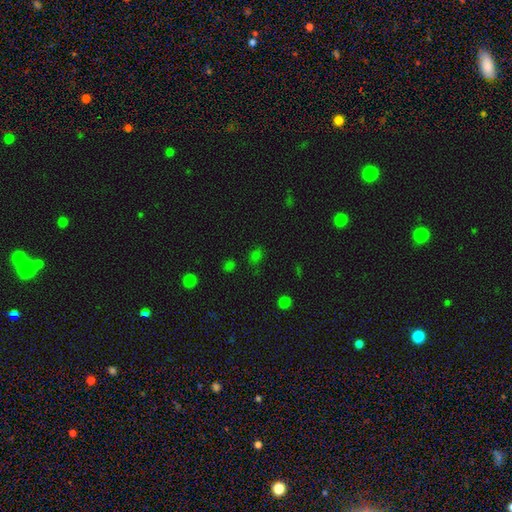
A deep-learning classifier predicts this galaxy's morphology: Smooth or featured: smooth — 62% (star or artifact — 31%)
How rounded: in between — 54% (round — 43%)
Merging: none — 74% (minor disturbance — 15%)